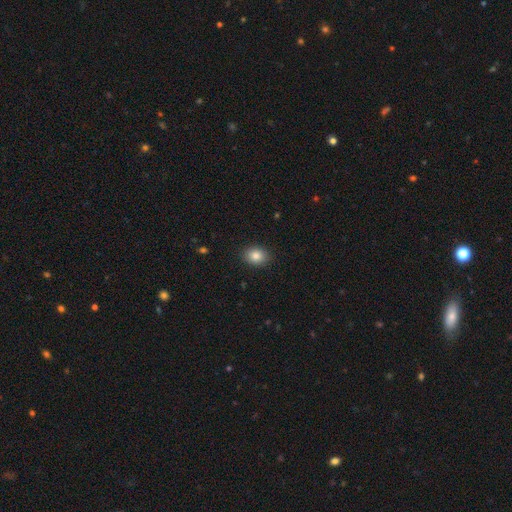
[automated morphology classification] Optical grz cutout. It shows a smooth galaxy with no disk features (85%) that is in between round and cigar-shaped (59%). Merging: none (89%).